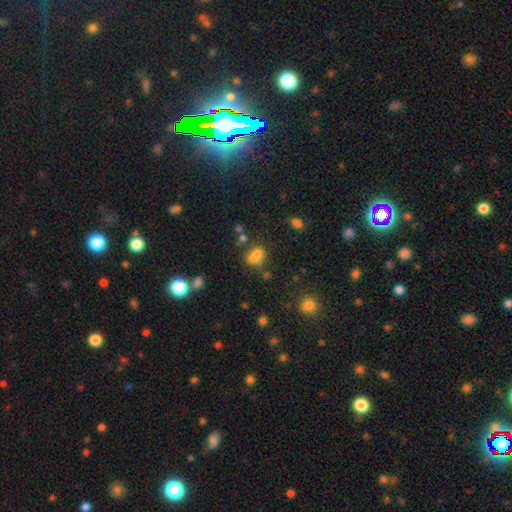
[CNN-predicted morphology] A smooth galaxy with no disk features (64%) that is round (61%). Merging: merger (53%).